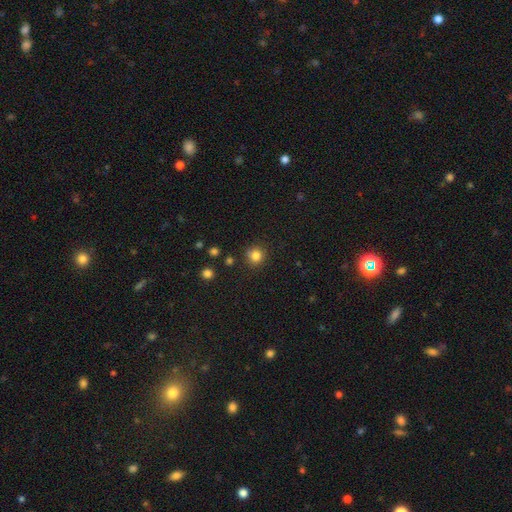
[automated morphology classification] smooth-or-featured: smooth: 83% | star or artifact: 12% | featured or disk: 5%
  how-rounded: round: 92% | in between: 7% | cigar-shaped: 1%
  merging: none: 86% | minor disturbance: 9% | merger: 3% | major disturbance: 3%